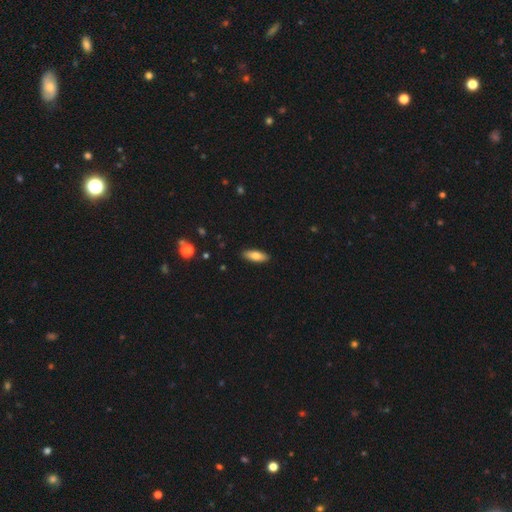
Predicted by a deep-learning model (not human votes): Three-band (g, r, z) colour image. It shows a smooth galaxy with no disk features (77%) that is in between round and cigar-shaped (67%). Merging: none (90%).